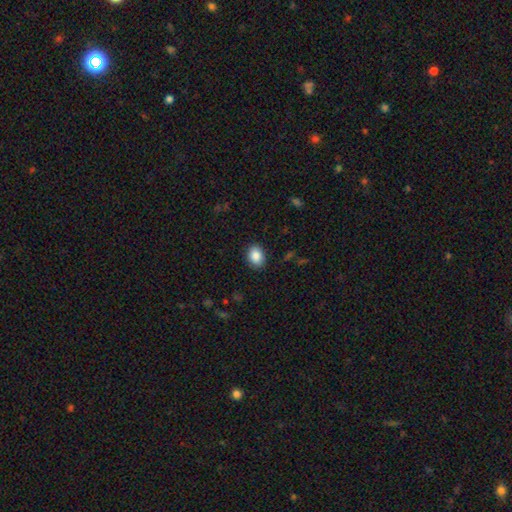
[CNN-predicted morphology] Smooth or featured?
  - smooth: 88% *
  - star or artifact: 8%
  - featured or disk: 4%
How rounded?
  - in between: 68% *
  - round: 31%
  - cigar-shaped: 1%
Merging?
  - none: 89% *
  - minor disturbance: 8%
  - major disturbance: 2%
  - merger: 1%